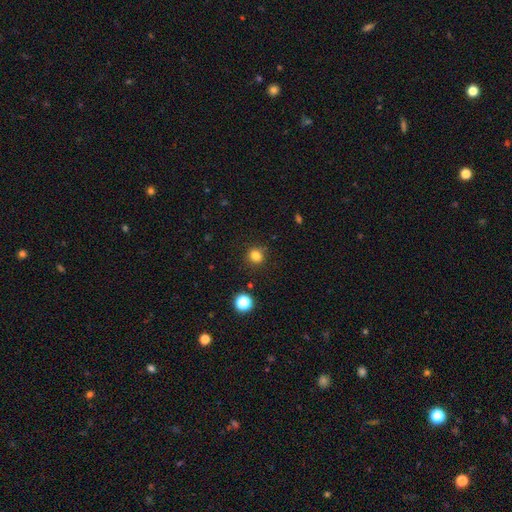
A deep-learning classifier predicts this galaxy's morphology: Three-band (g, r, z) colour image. It shows a smooth galaxy with no disk features (81%) that is round (87%). Merging: none (87%).